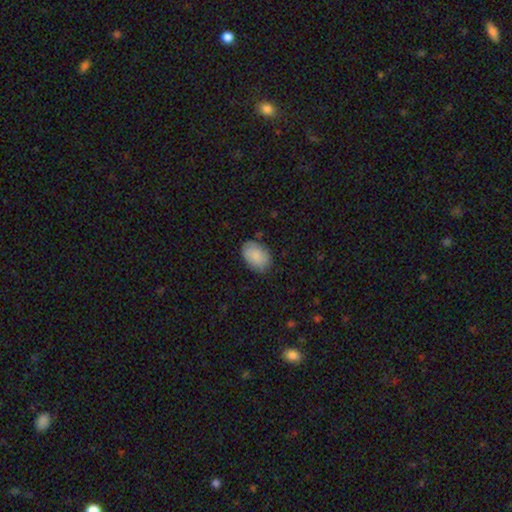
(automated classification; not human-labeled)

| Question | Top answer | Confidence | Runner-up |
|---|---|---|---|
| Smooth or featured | smooth | 86% | featured or disk (8%) |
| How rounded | in between | 87% | round (12%) |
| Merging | none | 81% | minor disturbance (15%) |